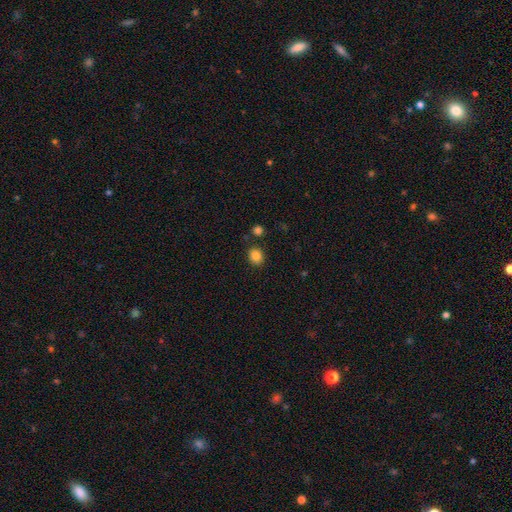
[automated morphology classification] Smooth or featured? Predicted: smooth (p=0.85). How rounded? Predicted: round (p=0.69). Merging? Predicted: none (p=0.84).